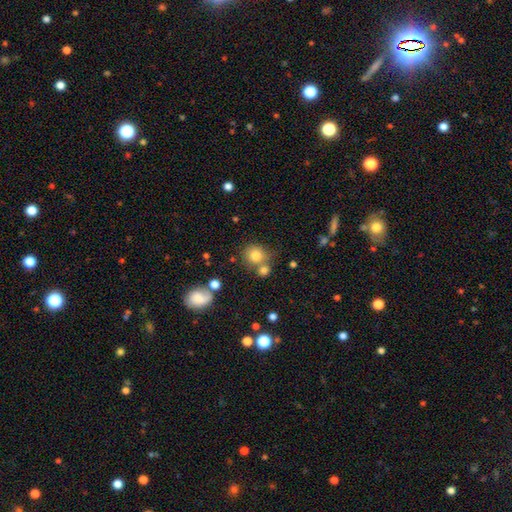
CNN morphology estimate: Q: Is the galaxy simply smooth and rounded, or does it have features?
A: smooth — 80%.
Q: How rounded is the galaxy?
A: round — 84%.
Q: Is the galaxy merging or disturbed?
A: none — 59%.